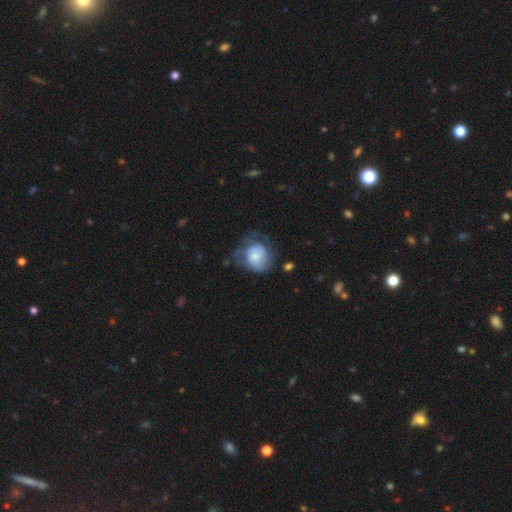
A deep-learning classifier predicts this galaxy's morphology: The model was most divided on "merging": none: 37%, minor disturbance: 30%, major disturbance: 30%, merger: 2%. More confident: how rounded — round (67%); smooth or featured — smooth (60%).